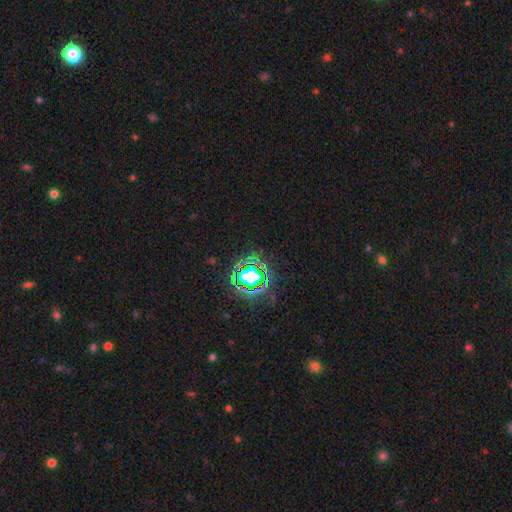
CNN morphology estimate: This is clearly a star or artifact rather than a galaxy (83%).